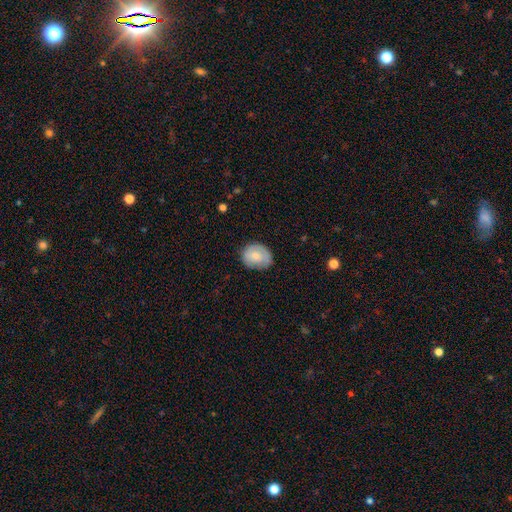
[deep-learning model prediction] Smooth or featured: smooth — 76% (featured or disk — 17%)
How rounded: round — 54% (in between — 45%)
Merging: none — 72% (minor disturbance — 21%)